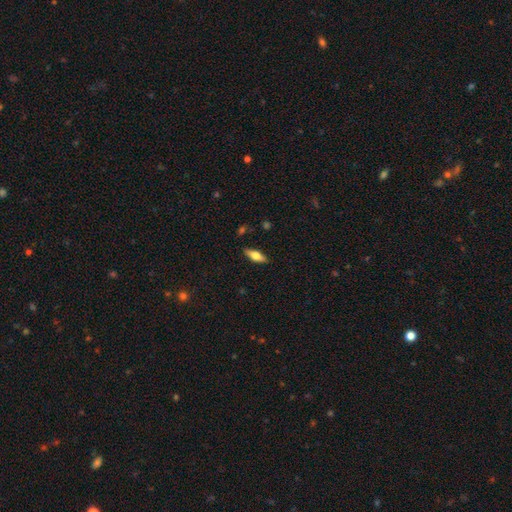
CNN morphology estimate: smooth 61%, featured or disk 33%, star or artifact 7%. Down the decision tree: how rounded — in between (64%); merging — none (86%).